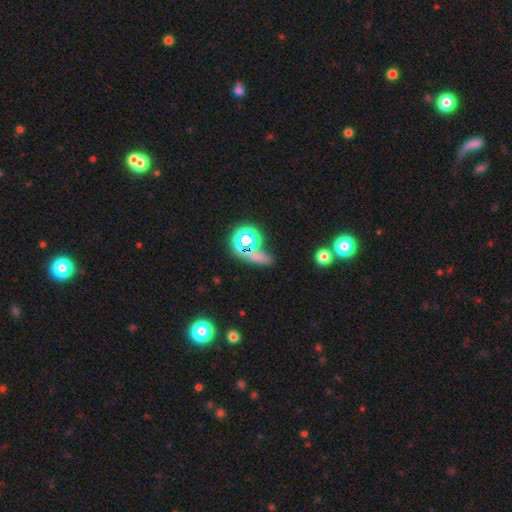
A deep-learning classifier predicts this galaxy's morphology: Smooth or featured? smooth (45%)
Merging? none (57%)